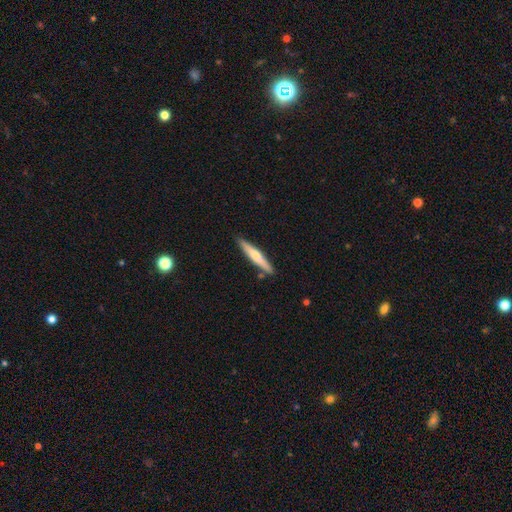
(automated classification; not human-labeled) Q: Smooth or featured?
A: smooth (55%); runner-up: featured or disk (40%)
Q: How rounded?
A: cigar-shaped (93%); runner-up: in between (6%)
Q: Merging?
A: none (86%); runner-up: minor disturbance (9%)